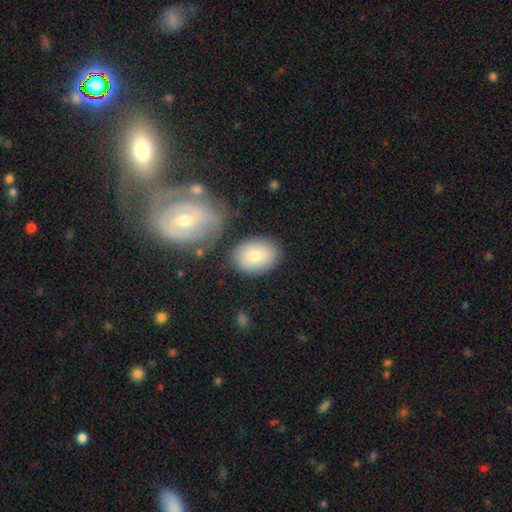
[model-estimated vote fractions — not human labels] A smooth galaxy with no disk features (78%) that is in between round and cigar-shaped (75%).

Vote fractions:
- Smooth or featured? smooth: 78% / featured or disk: 15% / star or artifact: 7%
- How rounded? in between: 75% / round: 24% / cigar-shaped: 1%
- Merging? none: 78% / minor disturbance: 12% / merger: 7% / major disturbance: 4%